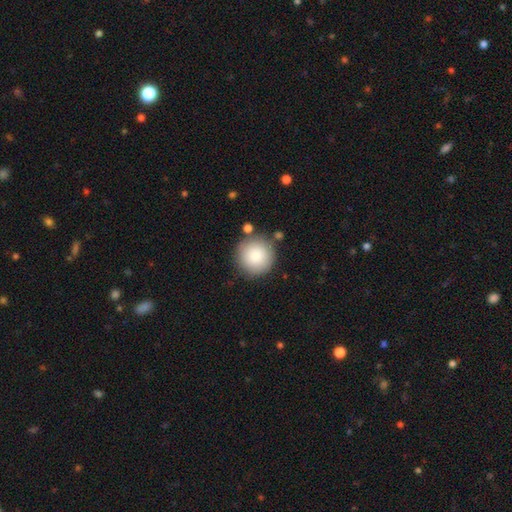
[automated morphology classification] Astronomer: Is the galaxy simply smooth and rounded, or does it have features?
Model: smooth — 84%.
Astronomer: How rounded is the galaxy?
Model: round — 95%.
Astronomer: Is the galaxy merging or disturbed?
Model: none — 82%.